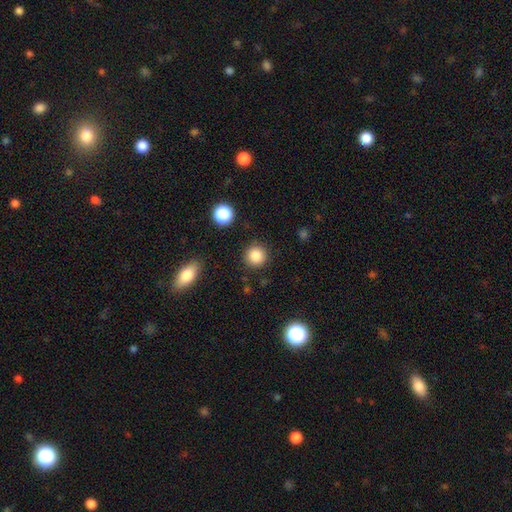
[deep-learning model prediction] A smooth galaxy with no disk features (86%) that is round (93%). Merging: none (89%).